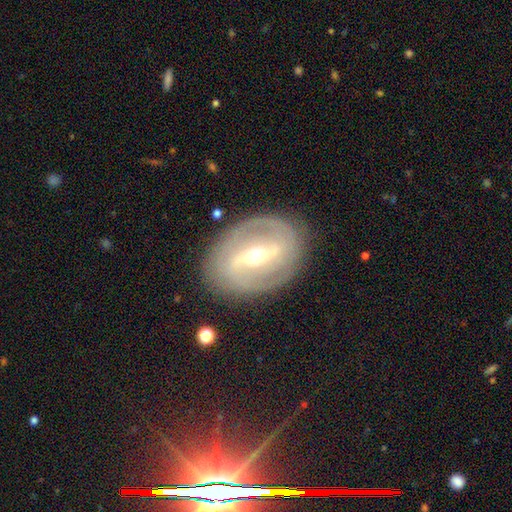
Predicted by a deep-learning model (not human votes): Smooth or featured? Predicted: featured or disk (p=0.82). Edge-on disk? Predicted: no (p=0.93). Bar? Predicted: strong (p=0.62). Spiral arms? Predicted: yes (p=0.79). Spiral winding? Predicted: tight (p=0.48). Spiral arm count? Predicted: 2 (p=0.74). Bulge size? Predicted: moderate (p=0.56). Merging? Predicted: none (p=0.84).